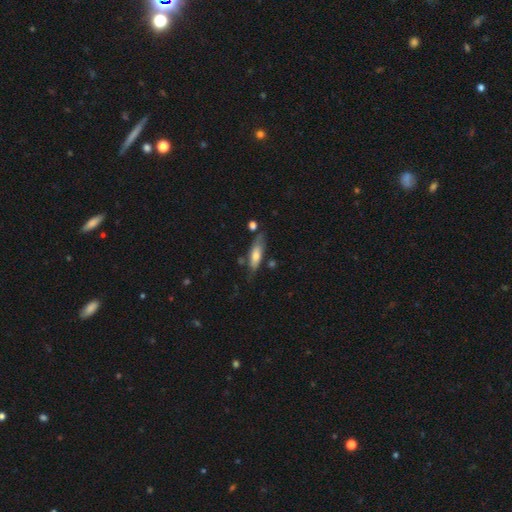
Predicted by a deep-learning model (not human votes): smooth_or_featured: smooth (p=0.65) [alt: featured or disk p=0.29]
how_rounded: in between (p=0.50) [alt: cigar-shaped p=0.48]
merging: none (p=0.60) [alt: minor disturbance p=0.25]